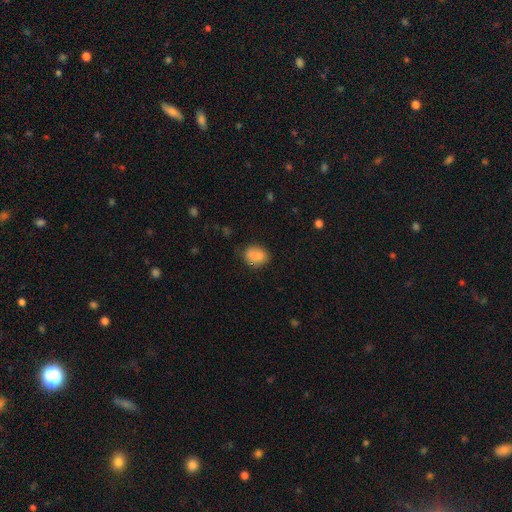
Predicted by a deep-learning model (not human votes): A smooth galaxy with no disk features (81%) that is in between round and cigar-shaped (52%). Merging: none (66%).